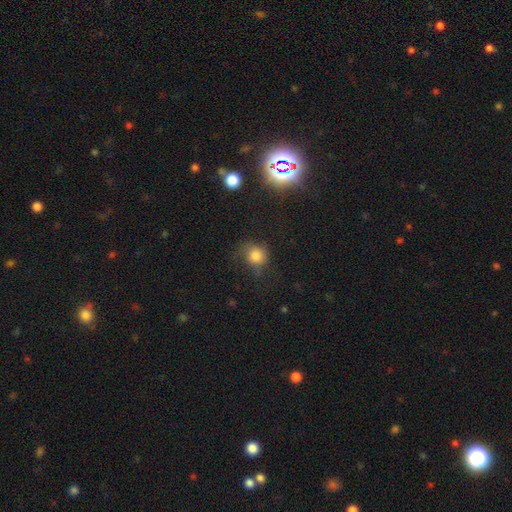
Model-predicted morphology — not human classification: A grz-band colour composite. It shows a smooth galaxy with no disk features (79%) that is round (82%). Merging: none (64%).